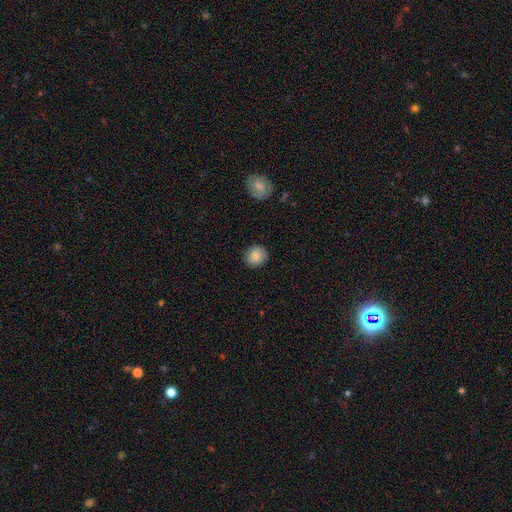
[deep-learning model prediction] Smooth or featured: smooth — 87% (star or artifact — 8%)
How rounded: round — 84% (in between — 15%)
Merging: none — 90% (minor disturbance — 7%)